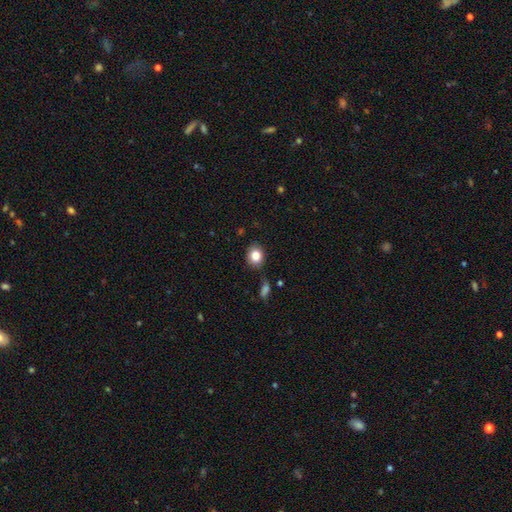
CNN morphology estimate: smooth-or-featured: smooth: 84% | star or artifact: 9% | featured or disk: 7%
  how-rounded: round: 60% | in between: 39% | cigar-shaped: 1%
  merging: none: 79% | minor disturbance: 14% | merger: 4% | major disturbance: 3%